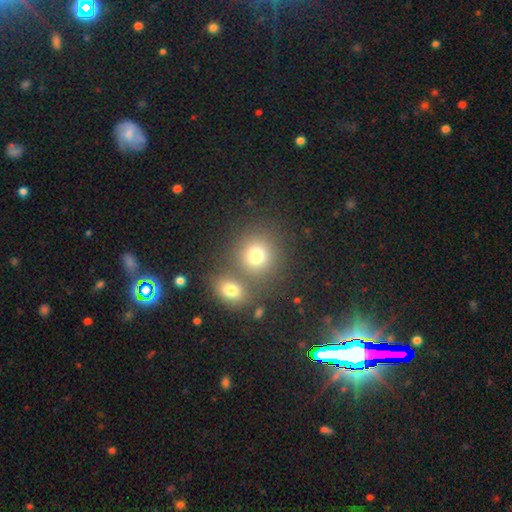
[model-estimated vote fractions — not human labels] Q: Smooth or featured?
A: smooth (75%); runner-up: star or artifact (15%)
Q: How rounded?
A: round (83%); runner-up: in between (16%)
Q: Merging?
A: none (58%); runner-up: merger (31%)